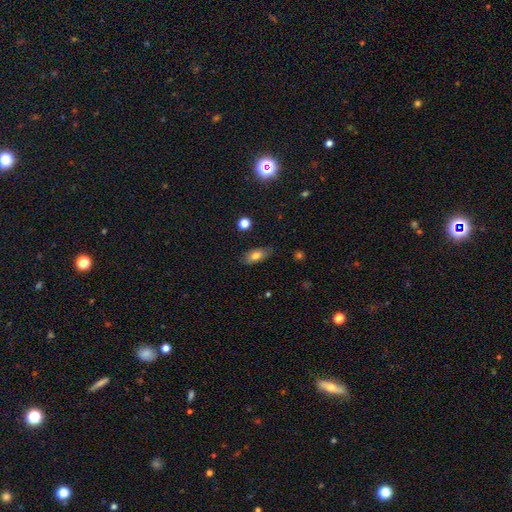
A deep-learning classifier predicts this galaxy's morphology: A smooth galaxy with no disk features (76%) that is in between round and cigar-shaped (84%). Merging: none (80%).